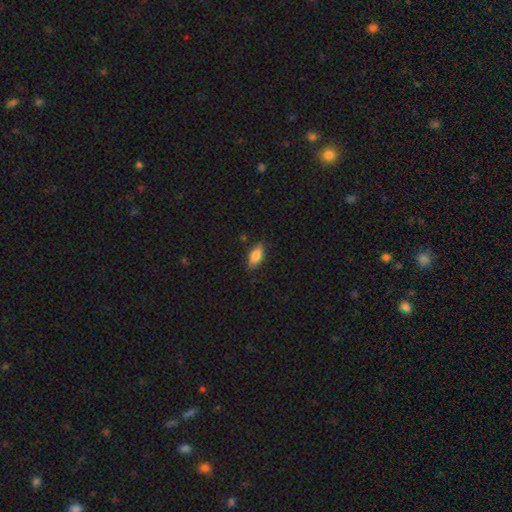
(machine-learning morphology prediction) The model was most divided on "merging": none: 82%, minor disturbance: 14%, major disturbance: 2%, merger: 1%. More confident: how rounded — in between (85%); smooth or featured — smooth (84%).